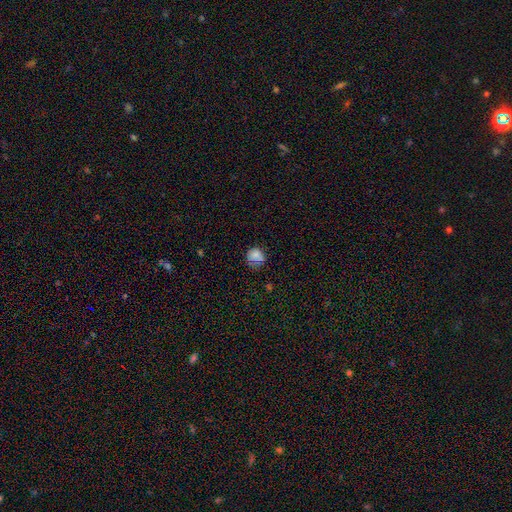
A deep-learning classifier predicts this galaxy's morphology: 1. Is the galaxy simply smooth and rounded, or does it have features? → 79% smooth, 12% star or artifact, 9% featured or disk.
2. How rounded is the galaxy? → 78% round, 21% in between, 1% cigar-shaped.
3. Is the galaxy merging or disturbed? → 58% none, 28% minor disturbance, 11% major disturbance, 3% merger.